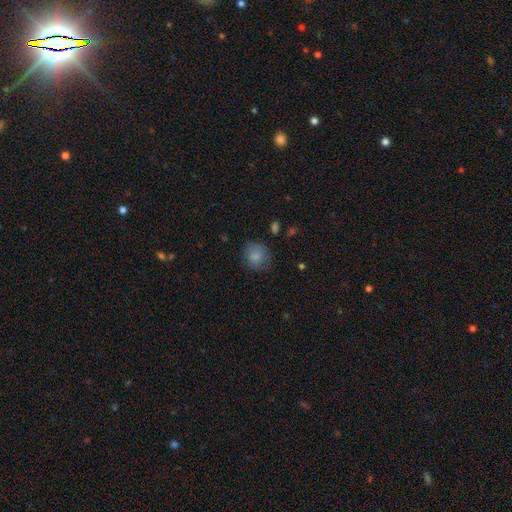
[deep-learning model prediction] smooth 83%, featured or disk 9%, star or artifact 9%. Down the decision tree: how rounded — round (82%); merging — none (75%).